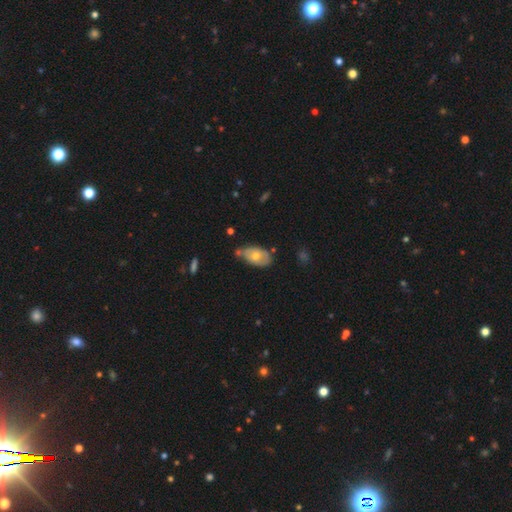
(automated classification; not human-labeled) This appears to be a smooth galaxy with no disk features (54%) that is in between round and cigar-shaped (91%). Merging: none (46%).